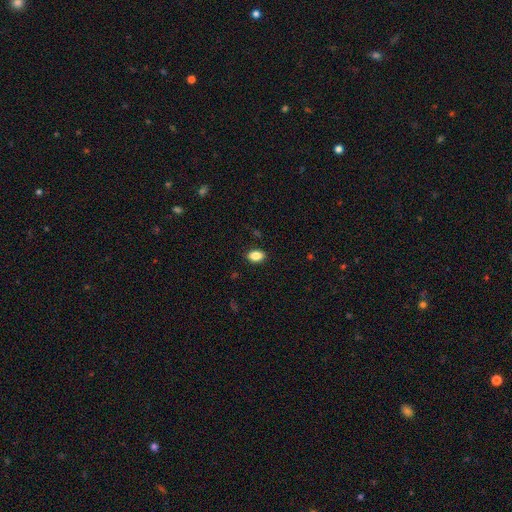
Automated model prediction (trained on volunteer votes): Q: Smooth or featured?
A: smooth (87%); runner-up: star or artifact (9%)
Q: How rounded?
A: in between (86%); runner-up: round (13%)
Q: Merging?
A: none (89%); runner-up: minor disturbance (8%)